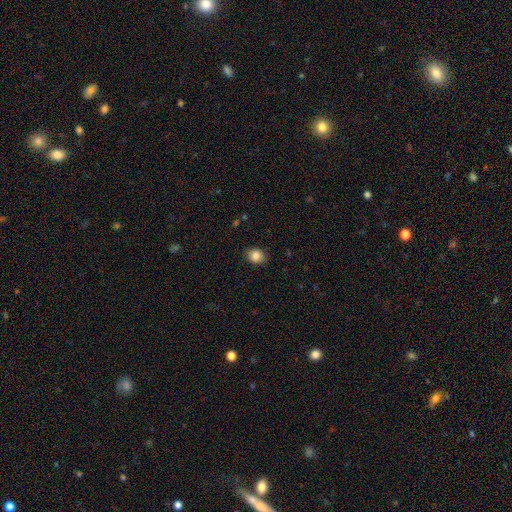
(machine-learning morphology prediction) The model was most divided on "how rounded": round: 59%, in between: 40%, cigar-shaped: 1%. More confident: merging — none (86%); smooth or featured — smooth (85%).